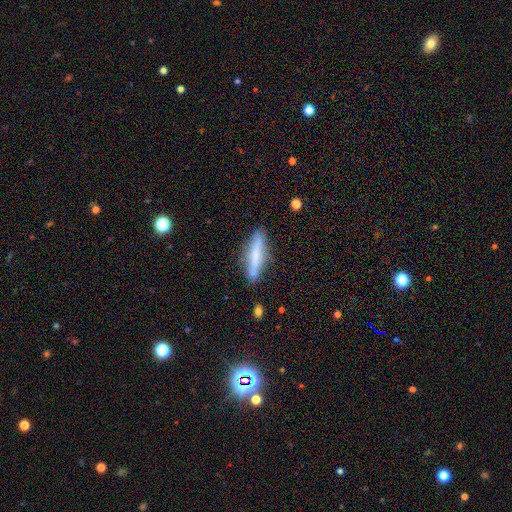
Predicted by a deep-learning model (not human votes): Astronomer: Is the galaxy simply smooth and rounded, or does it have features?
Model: smooth — 61%.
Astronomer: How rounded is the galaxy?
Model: cigar-shaped — 82%.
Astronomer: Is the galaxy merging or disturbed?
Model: none — 77%.